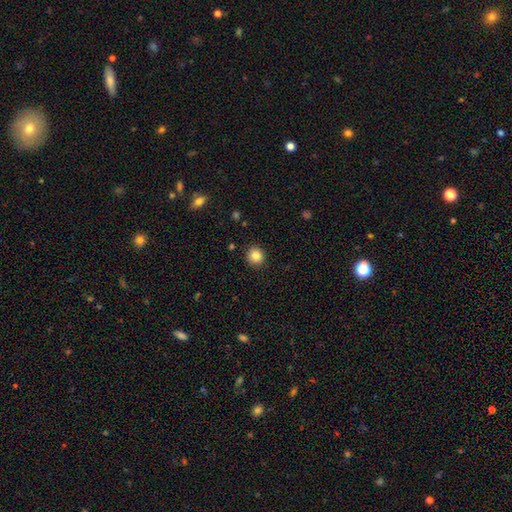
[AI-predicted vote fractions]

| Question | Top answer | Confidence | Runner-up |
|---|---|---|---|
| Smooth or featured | smooth | 84% | star or artifact (10%) |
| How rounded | round | 91% | in between (8%) |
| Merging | none | 91% | minor disturbance (6%) |